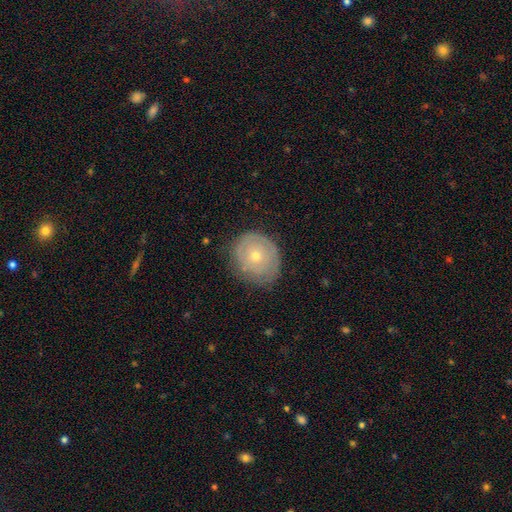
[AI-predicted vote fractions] smooth-or-featured: smooth: 46% (tied) | featured or disk: 46% (tied) | star or artifact: 8%
  merging: none: 74% | minor disturbance: 20% | major disturbance: 5% | merger: 1%